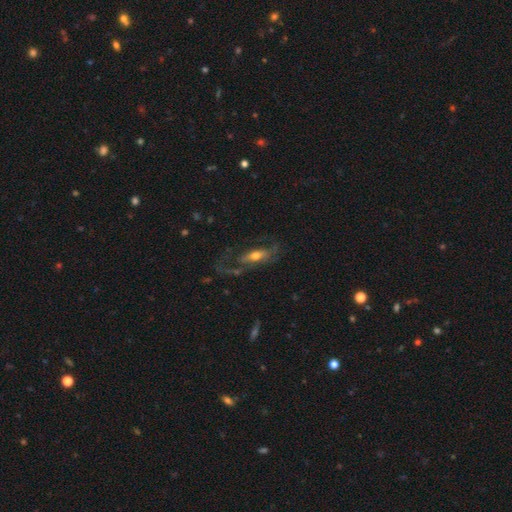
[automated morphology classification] smooth-or-featured: featured or disk: 60% | smooth: 33% | star or artifact: 7%
  disk-edge-on: no: 71% | yes: 29%
  merging: none: 41% | major disturbance: 37% | minor disturbance: 18% | merger: 4%